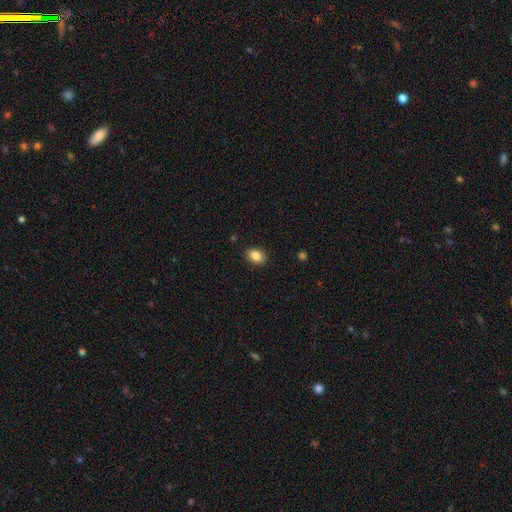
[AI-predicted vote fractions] Overall: smooth (86%). How rounded: in between (75%). Merging: none (89%).